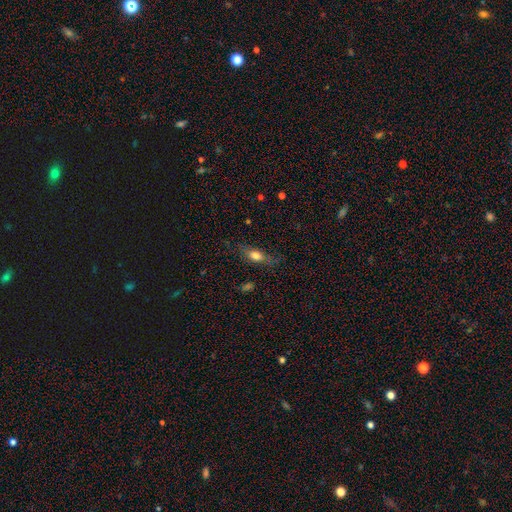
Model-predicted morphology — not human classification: Q: Smooth or featured?
A: smooth (71%); runner-up: featured or disk (19%)
Q: How rounded?
A: in between (69%); runner-up: cigar-shaped (24%)
Q: Merging?
A: none (67%); runner-up: minor disturbance (22%)